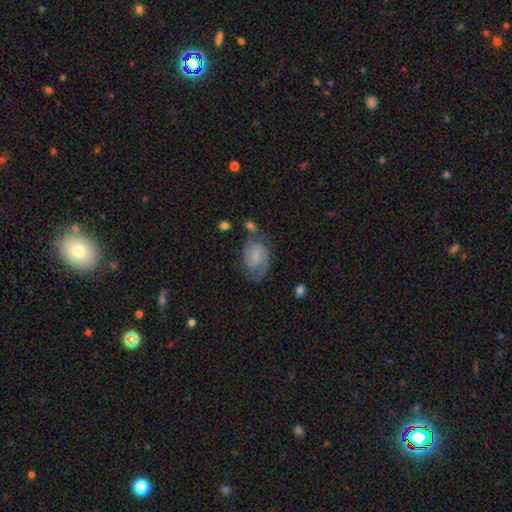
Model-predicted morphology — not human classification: Q: Smooth or featured?
A: featured or disk (55%); runner-up: smooth (36%)
Q: Edge-on disk?
A: no (97%); runner-up: yes (3%)
Q: Bar?
A: no (60%); runner-up: weak (34%)
Q: Spiral arms?
A: yes (87%); runner-up: no (13%)
Q: Bulge size?
A: small (56%); runner-up: none (24%)
Q: Merging?
A: none (55%); runner-up: minor disturbance (24%)